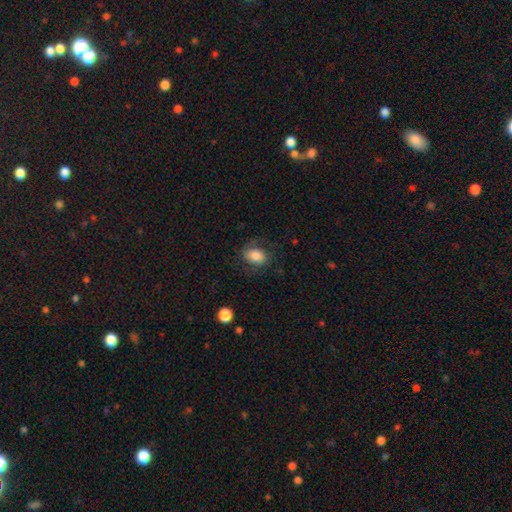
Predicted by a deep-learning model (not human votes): smooth-or-featured: smooth: 71% | featured or disk: 21% | star or artifact: 8%
  how-rounded: in between: 67% | round: 32% | cigar-shaped: 1%
  merging: none: 66% | minor disturbance: 20% | major disturbance: 13% | merger: 1%